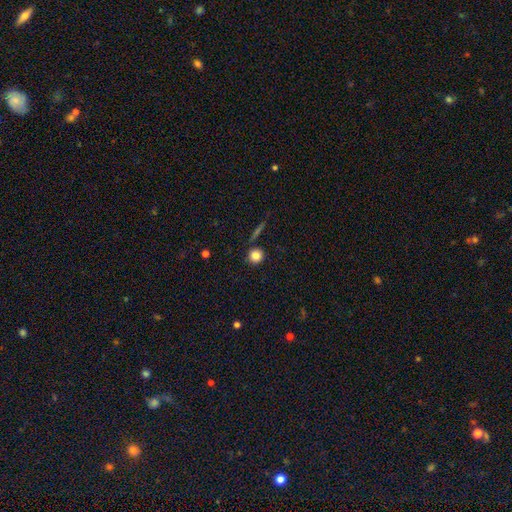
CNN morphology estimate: This appears to be a smooth galaxy with no disk features (82%) that is round (92%). Merging: none (86%).